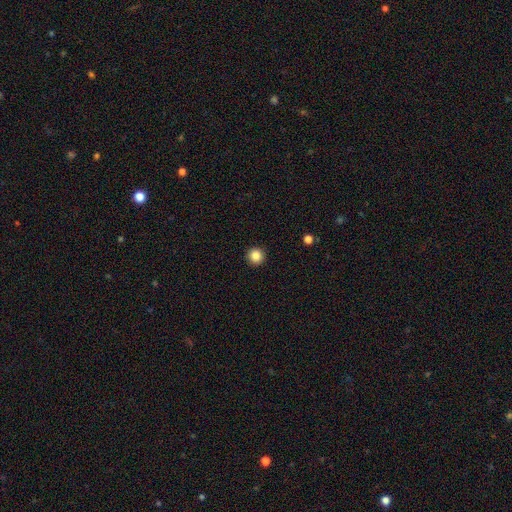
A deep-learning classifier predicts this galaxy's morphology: This is clearly a smooth galaxy (85%). How rounded: clearly round (96%). Merging: clearly none (94%).